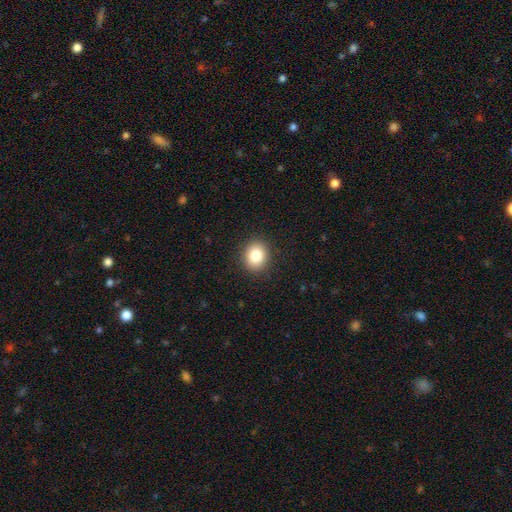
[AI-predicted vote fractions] smooth_or_featured: smooth (p=0.83) [alt: star or artifact p=0.10]
how_rounded: round (p=0.66) [alt: in between p=0.33]
merging: none (p=0.90) [alt: minor disturbance p=0.07]